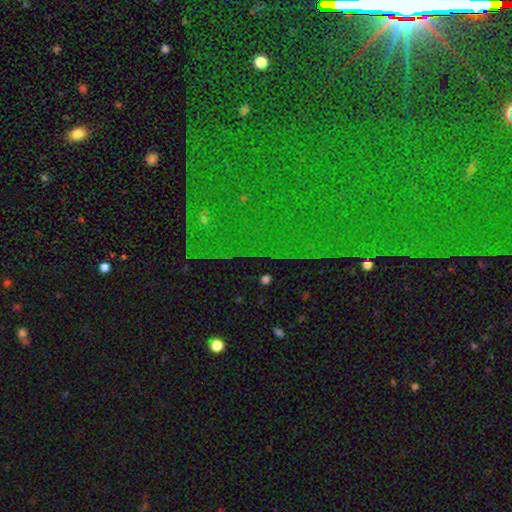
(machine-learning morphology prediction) A star or artifact, not a galaxy (82%).

Vote fractions:
- Smooth or featured? star or artifact: 82% / featured or disk: 9% / smooth: 9%